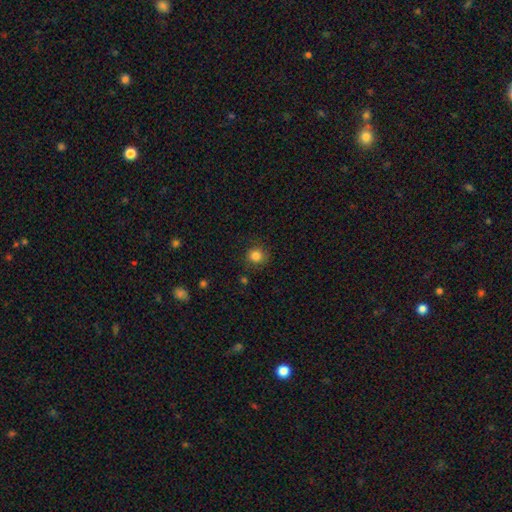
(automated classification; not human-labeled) Smooth or featured? smooth (83%)
How rounded? round (92%)
Merging? none (85%)